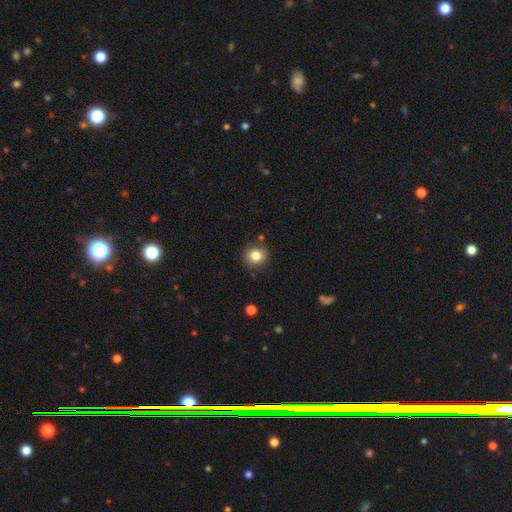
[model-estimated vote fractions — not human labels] smooth 82%, star or artifact 11%, featured or disk 7%. Down the decision tree: how rounded — round (85%); merging — none (86%).